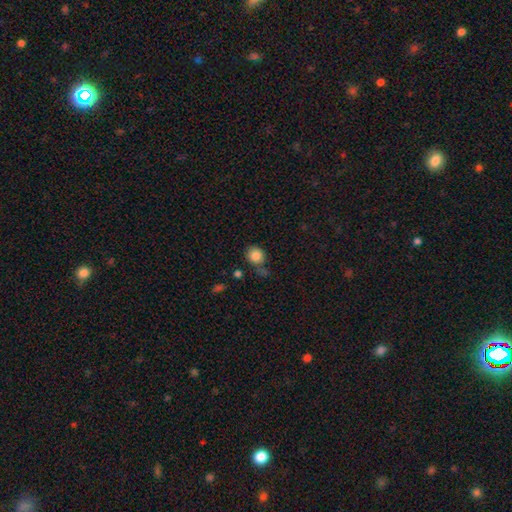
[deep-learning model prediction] The model was most divided on "merging": none: 61%, minor disturbance: 20%, merger: 11%, major disturbance: 8%. More confident: smooth or featured — smooth (85%); how rounded — round (78%).